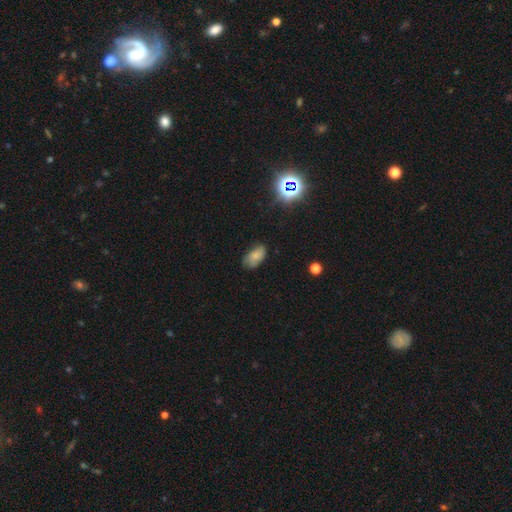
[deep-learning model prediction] This appears to be a smooth galaxy with no disk features (76%) that is in between round and cigar-shaped (93%). Merging: none (66%).